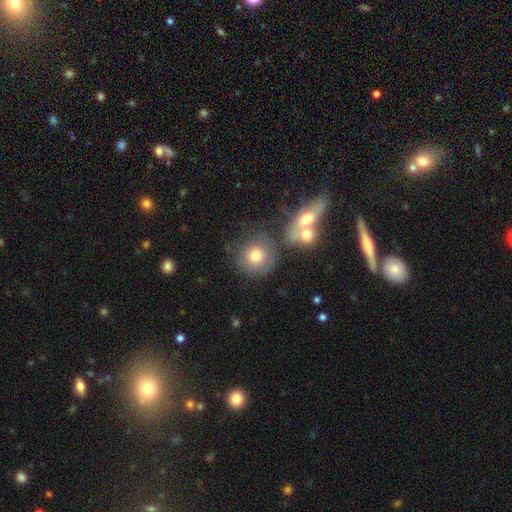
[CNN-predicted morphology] Smooth or featured? smooth (72%)
How rounded? round (88%)
Merging? none (55%)